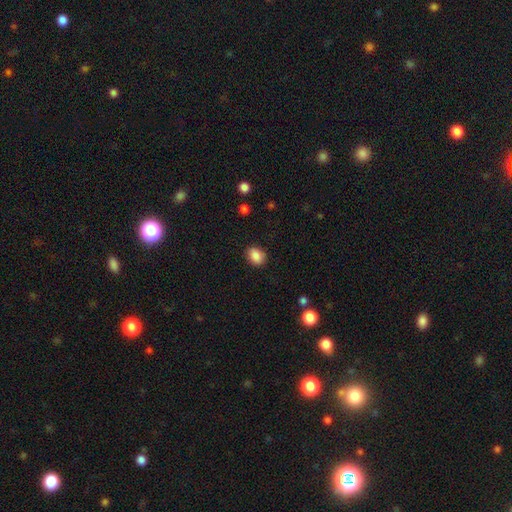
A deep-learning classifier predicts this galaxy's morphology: Smooth or featured?
  - smooth: 88% *
  - star or artifact: 8%
  - featured or disk: 4%
How rounded?
  - in between: 58% *
  - round: 41%
  - cigar-shaped: 1%
Merging?
  - none: 86% *
  - minor disturbance: 10%
  - major disturbance: 2%
  - merger: 1%